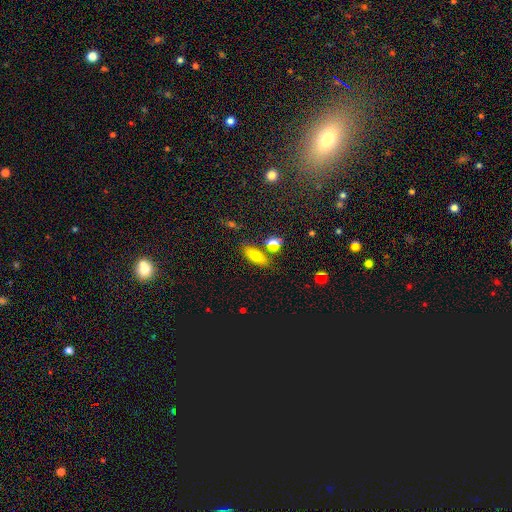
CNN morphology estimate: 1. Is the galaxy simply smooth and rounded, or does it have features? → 70% smooth, 17% featured or disk, 13% star or artifact.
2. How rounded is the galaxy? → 72% in between, 22% cigar-shaped, 6% round.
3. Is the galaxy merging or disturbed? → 75% none, 11% minor disturbance, 10% merger, 4% major disturbance.